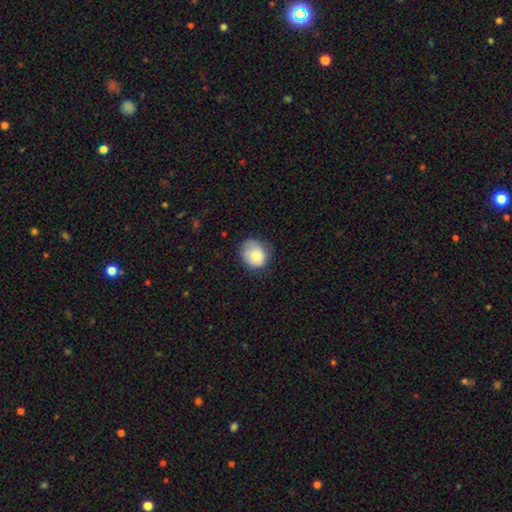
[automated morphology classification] A smooth galaxy with no disk features (81%) that is round (71%). Merging: none (66%).